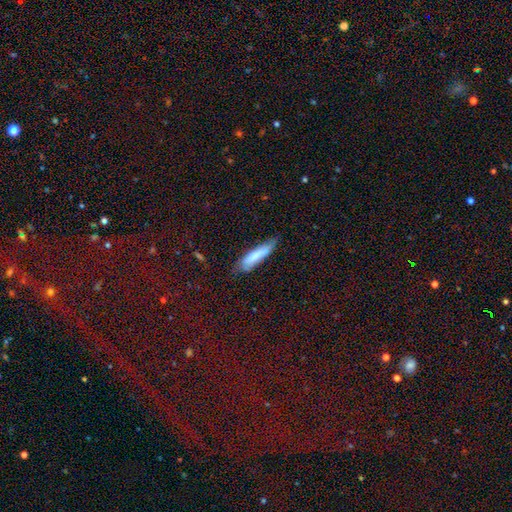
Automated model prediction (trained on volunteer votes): smooth 77%, featured or disk 17%, star or artifact 7%. Down the decision tree: how rounded — cigar-shaped (76%); merging — none (64%).